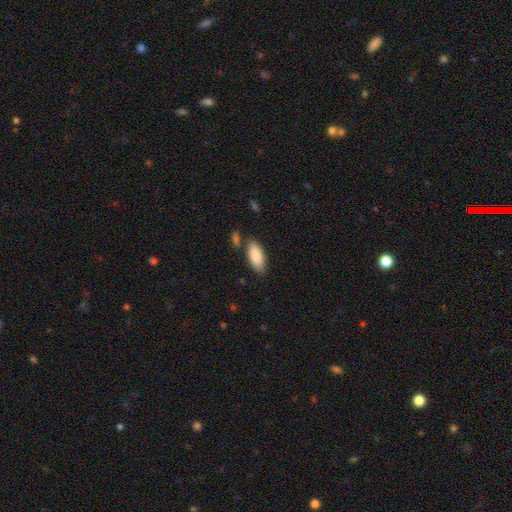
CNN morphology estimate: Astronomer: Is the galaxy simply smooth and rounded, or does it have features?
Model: smooth — 88%.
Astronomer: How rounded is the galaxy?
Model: in between — 85%.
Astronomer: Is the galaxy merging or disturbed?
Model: none — 75%.